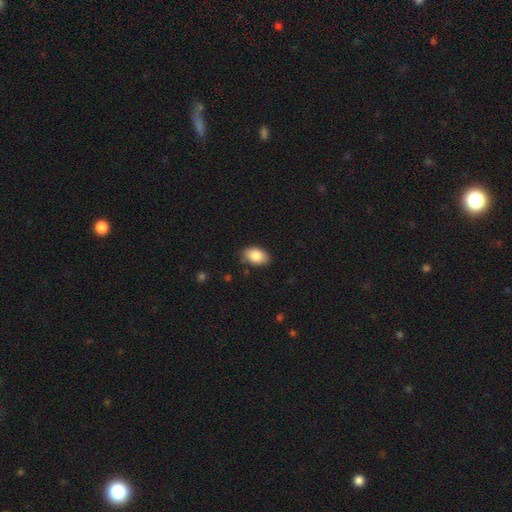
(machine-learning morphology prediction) Q: Smooth or featured?
A: smooth (86%); runner-up: featured or disk (7%)
Q: How rounded?
A: in between (90%); runner-up: round (9%)
Q: Merging?
A: none (84%); runner-up: minor disturbance (12%)